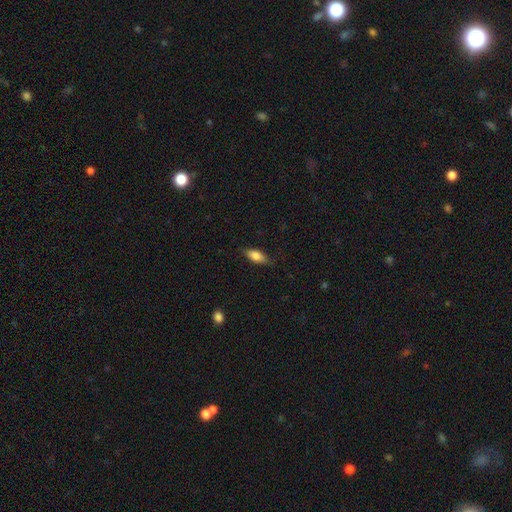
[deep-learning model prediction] Smooth or featured? Predicted: smooth (p=0.80). How rounded? Predicted: in between (p=0.83). Merging? Predicted: none (p=0.79).